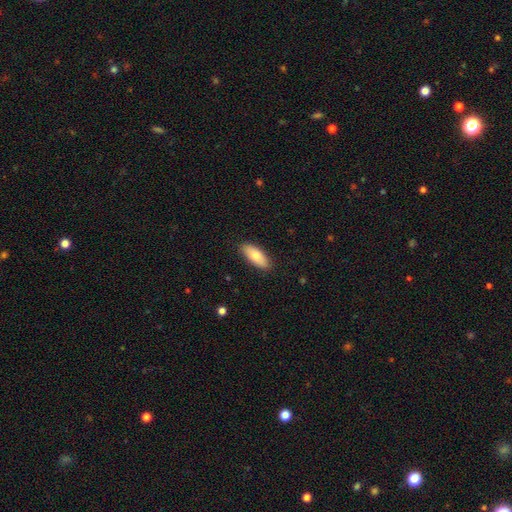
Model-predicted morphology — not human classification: A smooth galaxy with no disk features (82%) that is in between round and cigar-shaped (77%). Merging: none (88%).